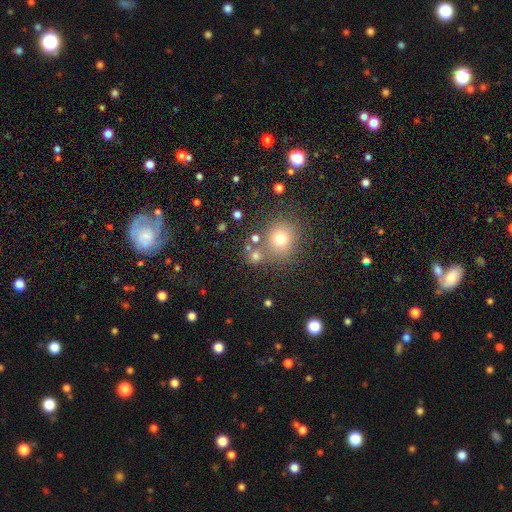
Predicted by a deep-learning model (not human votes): Smooth or featured: smooth — 69% (star or artifact — 22%)
How rounded: round — 85% (in between — 13%)
Merging: none — 66% (merger — 20%)